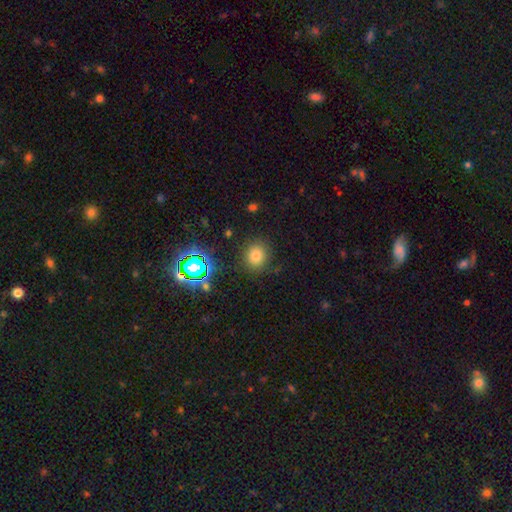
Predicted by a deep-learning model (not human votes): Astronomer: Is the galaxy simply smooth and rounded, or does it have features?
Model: smooth — 73%.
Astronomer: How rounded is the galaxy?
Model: round — 79%.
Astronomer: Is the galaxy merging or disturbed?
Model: none — 83%.